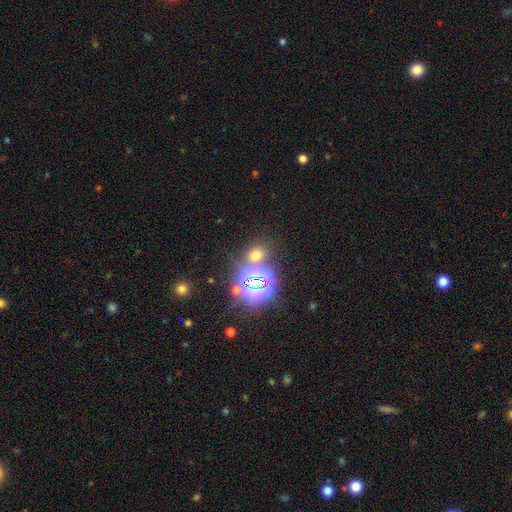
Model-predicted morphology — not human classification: Q: Smooth or featured?
A: smooth (48%); runner-up: star or artifact (45%)
Q: Merging?
A: none (73%); runner-up: merger (14%)